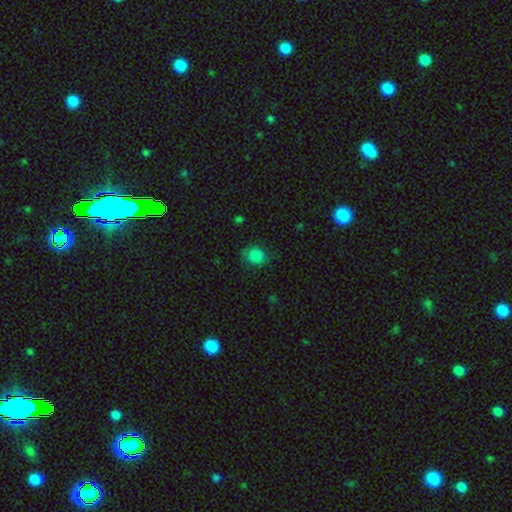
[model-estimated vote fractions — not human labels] smooth-or-featured: smooth: 85% | star or artifact: 11% | featured or disk: 4%
  how-rounded: round: 58% | in between: 41% | cigar-shaped: 1%
  merging: none: 78% | minor disturbance: 16% | major disturbance: 4% | merger: 1%